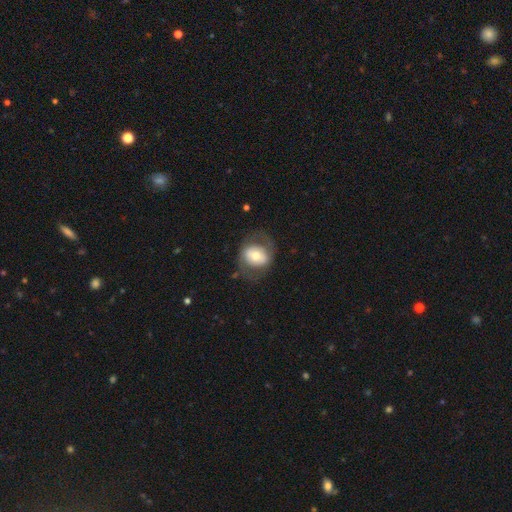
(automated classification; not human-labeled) A smooth galaxy with no disk features (47%). Merging: none (68%).